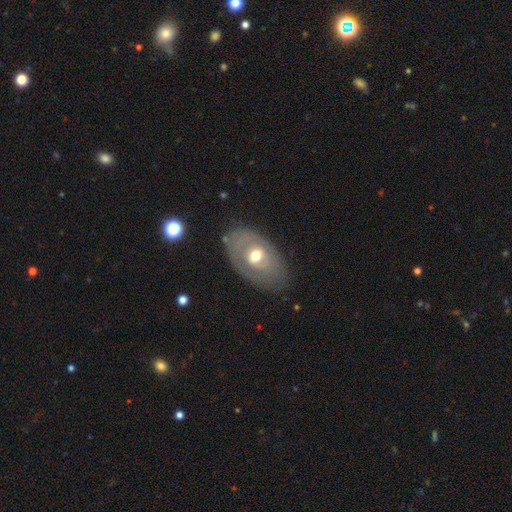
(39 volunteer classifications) smooth_or_featured: featured or disk (p=0.56) [alt: smooth p=0.36]
disk_edge_on: no (p=0.91) [alt: yes p=0.09]
bar: no (p=0.65) [alt: weak p=0.25]
has_spiral_arms: no (p=0.85) [alt: yes p=0.15]
bulge_size: moderate (p=0.70) [alt: large p=0.20]
merging: none (p=0.72) [alt: minor disturbance p=0.14]